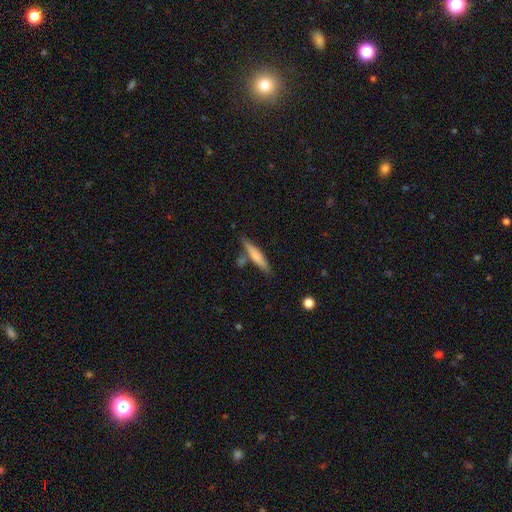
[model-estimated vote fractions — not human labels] Q: Smooth or featured?
A: smooth (64%); runner-up: featured or disk (30%)
Q: How rounded?
A: cigar-shaped (85%); runner-up: in between (13%)
Q: Merging?
A: none (70%); runner-up: minor disturbance (15%)